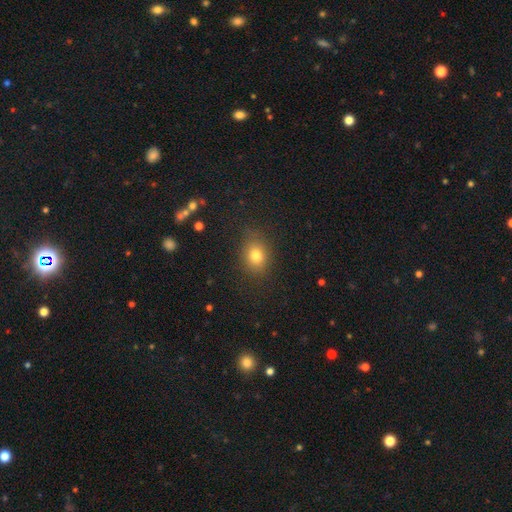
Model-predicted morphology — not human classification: type=smooth (79%); roundness=in between (53%); merging=none (82%).